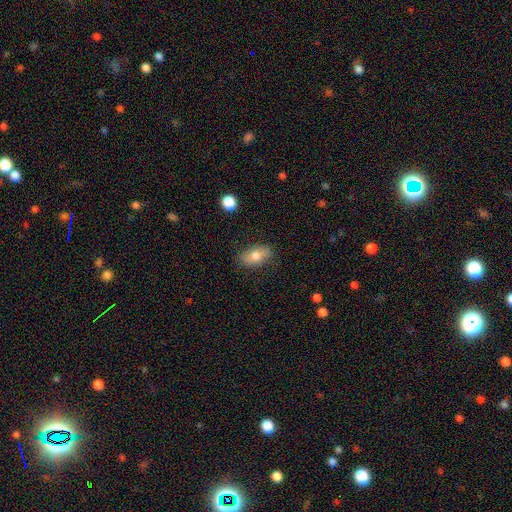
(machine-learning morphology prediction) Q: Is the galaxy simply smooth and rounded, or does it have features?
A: smooth — 71%.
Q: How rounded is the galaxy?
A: in between — 86%.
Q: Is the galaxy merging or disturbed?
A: none — 81%.